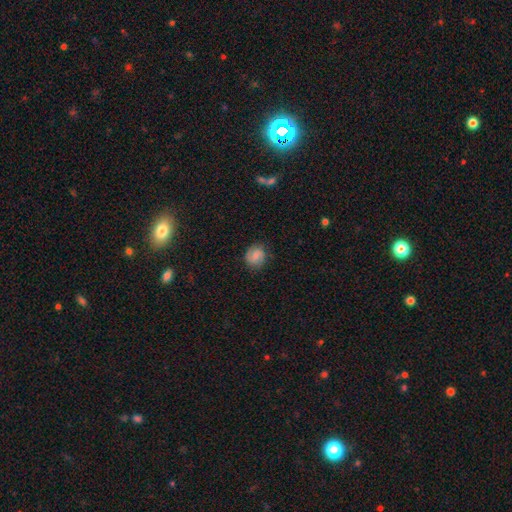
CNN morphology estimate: The model was most divided on "smooth or featured": smooth: 59%, featured or disk: 32%, star or artifact: 9%. More confident: merging — none (79%); how rounded — round (77%).